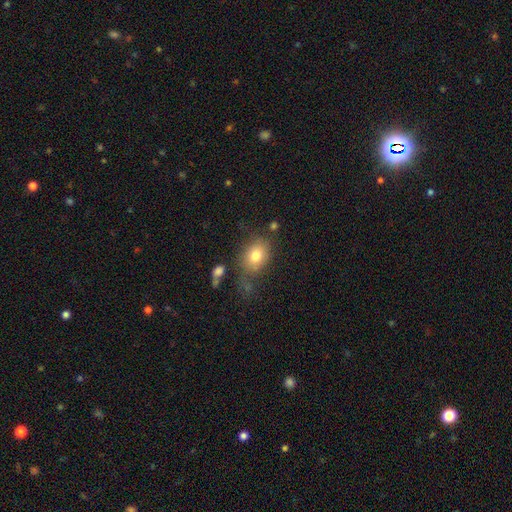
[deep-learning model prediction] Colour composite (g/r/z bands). It shows a smooth galaxy with no disk features (79%) that is in between round and cigar-shaped (64%). Merging: none (64%).